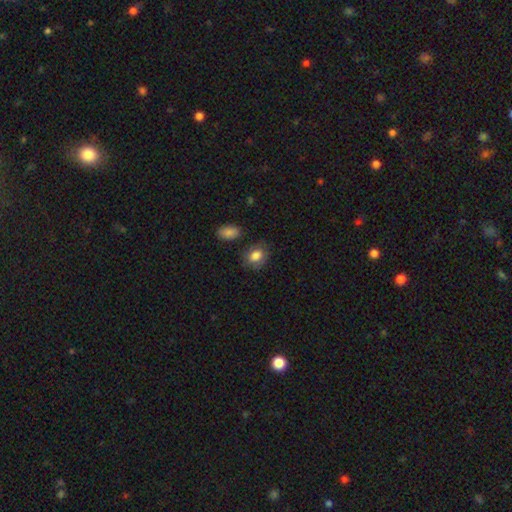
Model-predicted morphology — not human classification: Overall: smooth (83%). How rounded: in between (65%; round 34%). Merging: none (77%).